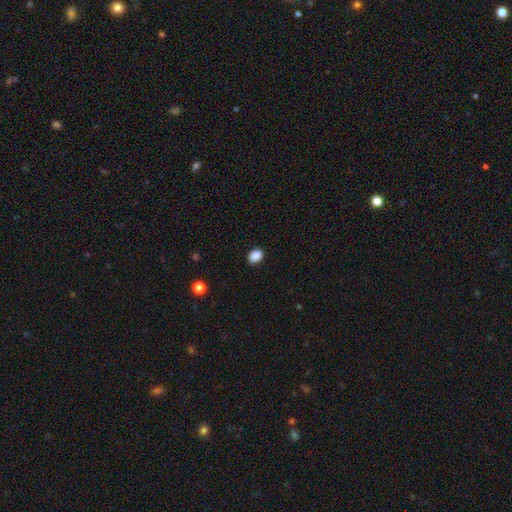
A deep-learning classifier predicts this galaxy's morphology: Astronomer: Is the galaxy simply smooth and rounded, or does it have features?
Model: smooth — 88%.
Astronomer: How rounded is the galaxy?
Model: in between — 67%.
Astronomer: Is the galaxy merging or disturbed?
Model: none — 87%.